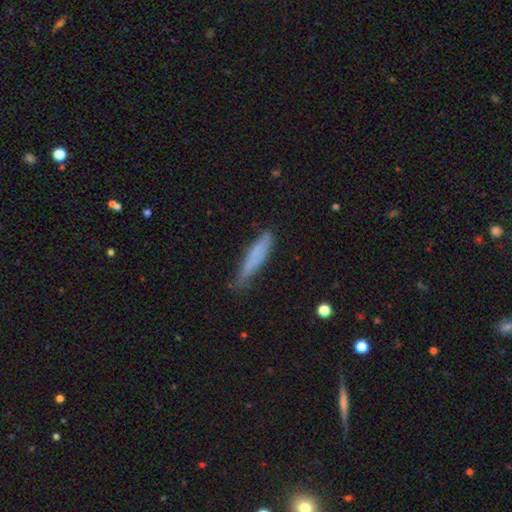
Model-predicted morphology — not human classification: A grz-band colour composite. It shows a smooth galaxy with no disk features (71%) that is cigar-shaped (89%). Merging: none (60%).